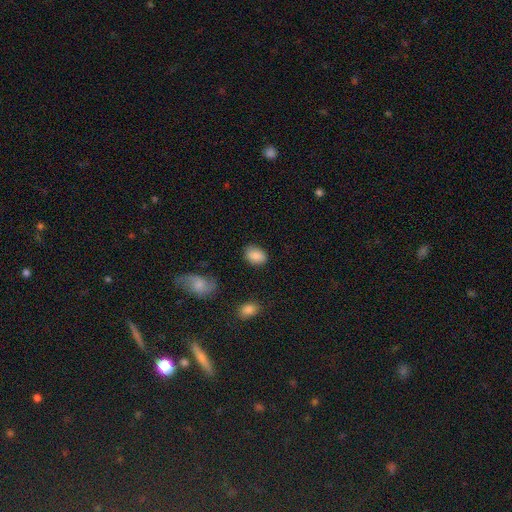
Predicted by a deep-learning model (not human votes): Morphology: type=smooth (87%); roundness=in between (77%); merging=none (81%).